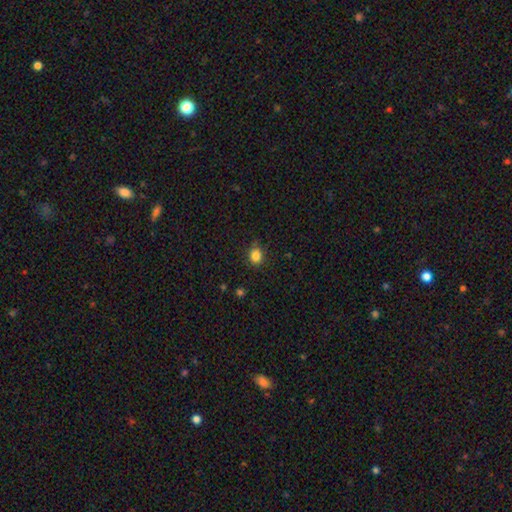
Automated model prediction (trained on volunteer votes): Overall: smooth (84%). How rounded: round (59%; in between 40%). Merging: none (80%).